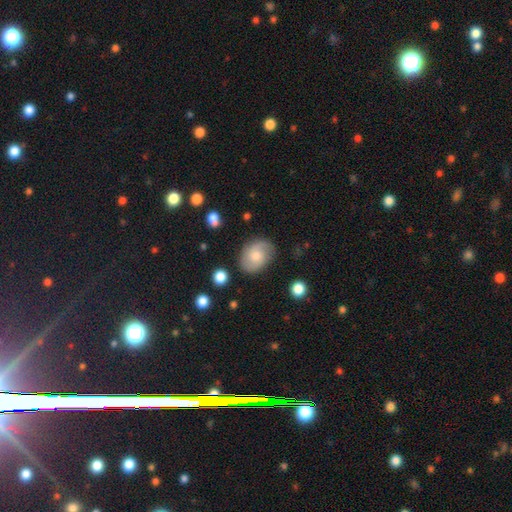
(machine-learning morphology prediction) A featured or disk galaxy (46%, tied with smooth).

Vote fractions:
- Smooth or featured? featured or disk: 46% (tied) / smooth: 46% (tied) / star or artifact: 7%
- Merging? none: 77% / minor disturbance: 16% / major disturbance: 5% / merger: 2%